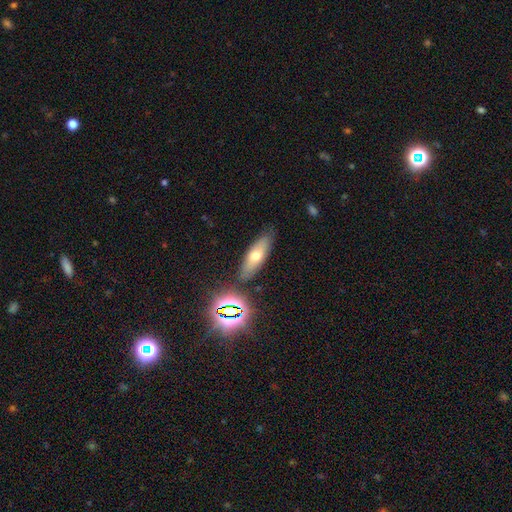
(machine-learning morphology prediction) smooth 59%, featured or disk 28%, star or artifact 13%. Down the decision tree: how rounded — in between (58%); merging — none (82%).